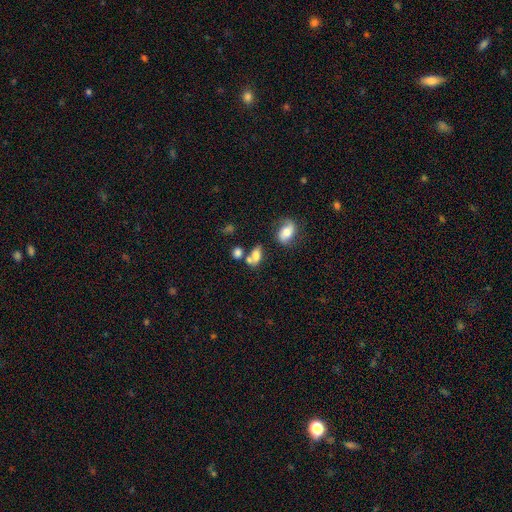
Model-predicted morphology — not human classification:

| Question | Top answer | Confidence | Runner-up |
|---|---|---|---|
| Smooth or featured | smooth | 74% | featured or disk (15%) |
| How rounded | in between | 77% | round (19%) |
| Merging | none | 43% | merger (36%) |